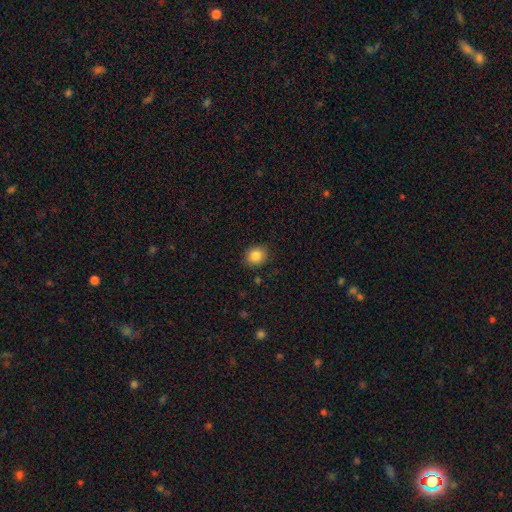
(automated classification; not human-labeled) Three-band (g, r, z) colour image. It shows a smooth galaxy with no disk features (85%) that is round (76%). Merging: none (87%).